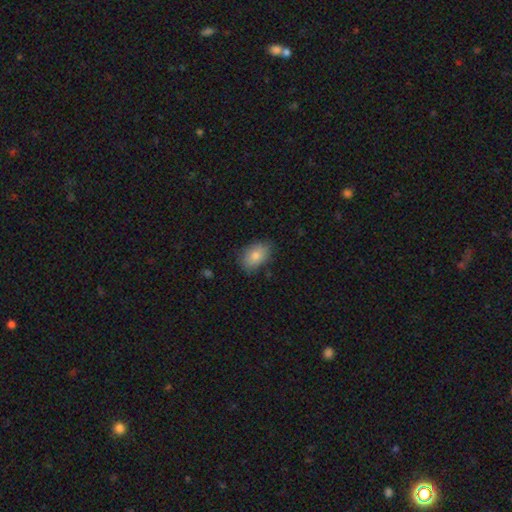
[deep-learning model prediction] Morphology: type=smooth (83%); roundness=in between (85%); merging=none (76%).